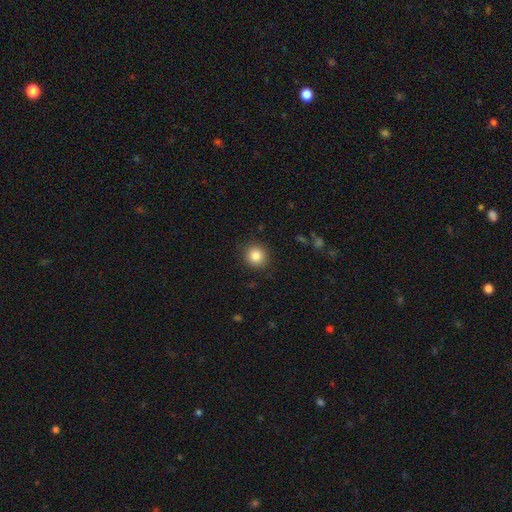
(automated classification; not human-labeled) smooth_or_featured: smooth (p=0.84) [alt: star or artifact p=0.10]
how_rounded: round (p=0.90) [alt: in between p=0.09]
merging: none (p=0.90) [alt: minor disturbance p=0.07]